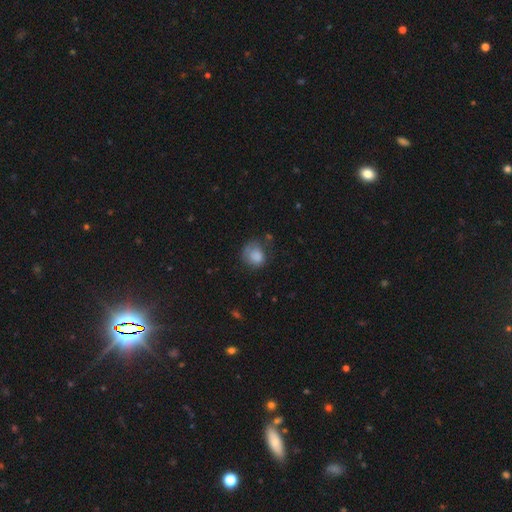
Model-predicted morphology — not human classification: Overall: smooth (81%). How rounded: round (71%). Merging: none (49%; minor disturbance 29%).